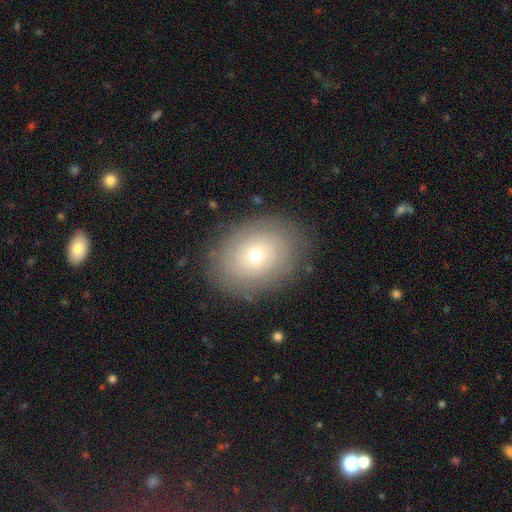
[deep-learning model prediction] Morphology: type=featured or disk (47%); merging=none (84%).